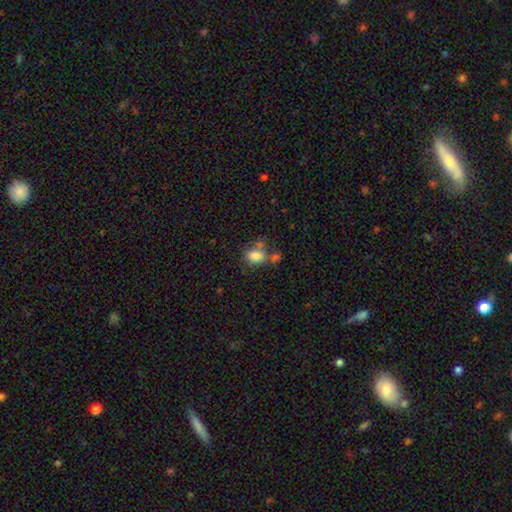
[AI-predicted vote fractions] smooth-or-featured: smooth: 81% | star or artifact: 10% | featured or disk: 9%
  how-rounded: in between: 78% | round: 21% | cigar-shaped: 2%
  merging: none: 46% | merger: 30% | minor disturbance: 16% | major disturbance: 8%